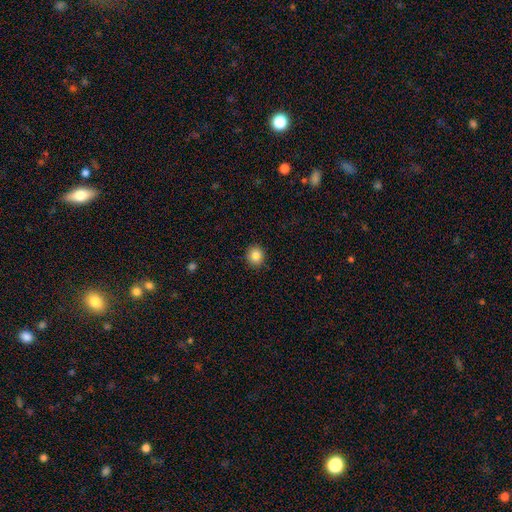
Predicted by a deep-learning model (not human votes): Smooth or featured: smooth — 85% (star or artifact — 10%)
How rounded: round — 85% (in between — 14%)
Merging: none — 91% (minor disturbance — 7%)